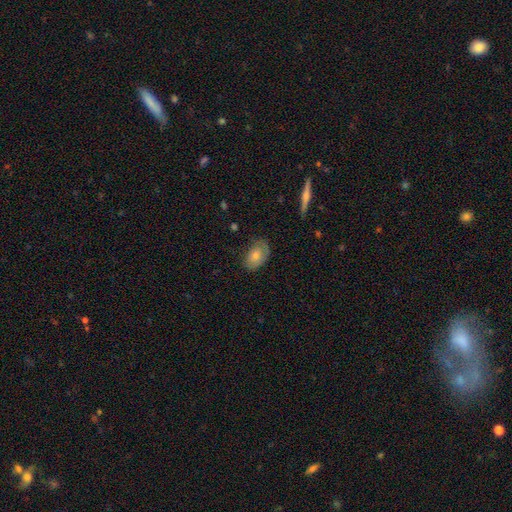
Q: Smooth or featured?
A: smooth (72%); runner-up: featured or disk (25%)
Q: How rounded?
A: in between (76%); runner-up: round (21%)
Q: Merging?
A: none (64%); runner-up: minor disturbance (23%)